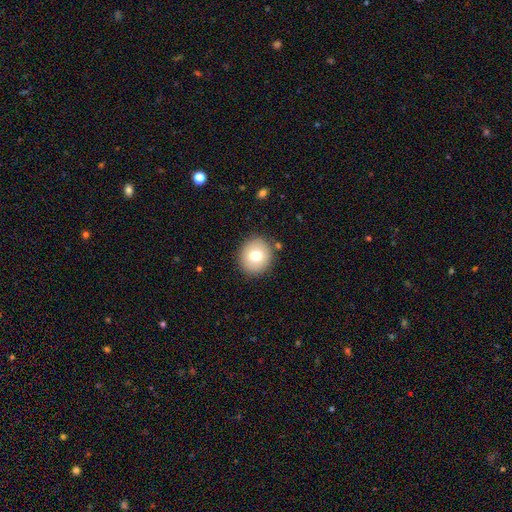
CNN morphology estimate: Q: Smooth or featured?
A: smooth (74%); runner-up: featured or disk (16%)
Q: How rounded?
A: round (87%); runner-up: in between (12%)
Q: Merging?
A: none (88%); runner-up: minor disturbance (7%)